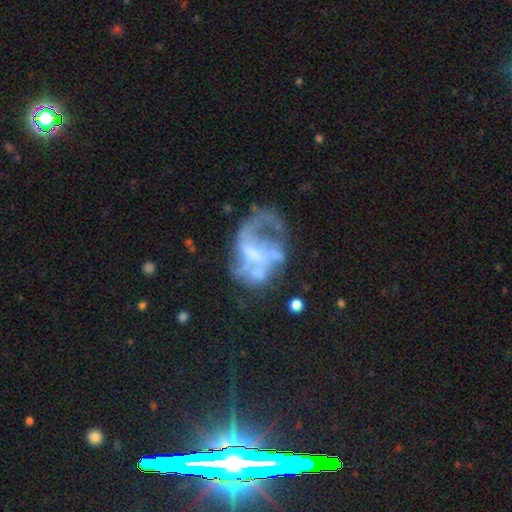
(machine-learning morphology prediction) type=featured or disk (73%); edge-on=no (98%); bar=no (60%); spiral arms=yes (60%); bulge=none (47%); merging=major disturbance (43%).